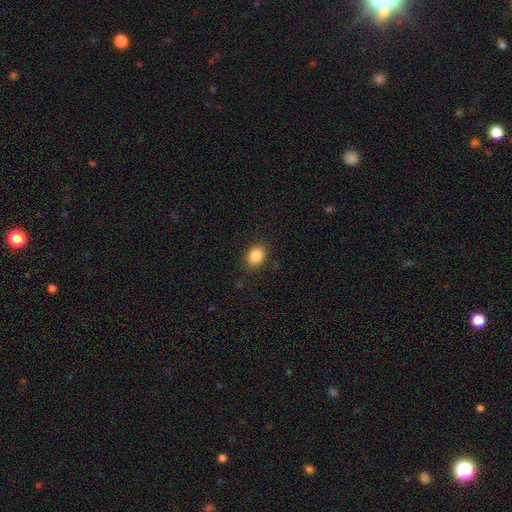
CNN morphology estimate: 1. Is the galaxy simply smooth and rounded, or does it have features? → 86% smooth, 9% star or artifact, 5% featured or disk.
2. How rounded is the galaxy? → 70% in between, 28% round, 1% cigar-shaped.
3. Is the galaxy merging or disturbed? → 86% none, 10% minor disturbance, 3% major disturbance, 1% merger.